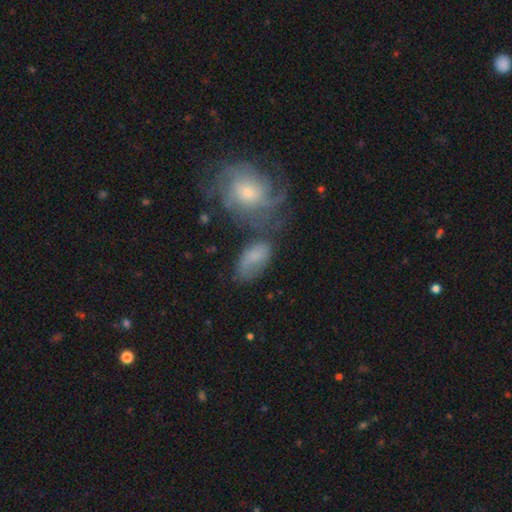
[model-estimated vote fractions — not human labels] Overall: smooth (55%; featured or disk 34%). How rounded: in between (88%). Merging: none (43%; merger 22%).